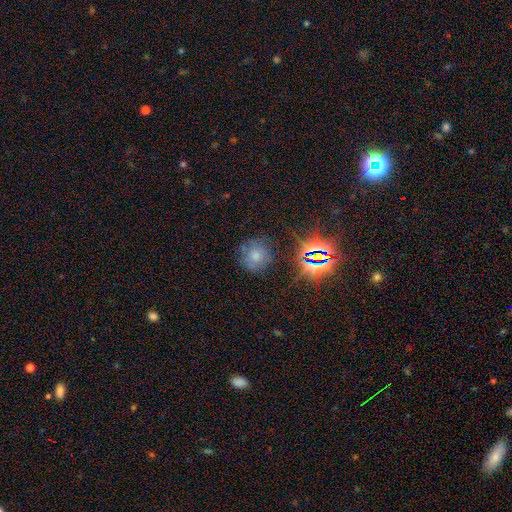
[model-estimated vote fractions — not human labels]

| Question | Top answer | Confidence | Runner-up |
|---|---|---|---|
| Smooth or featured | smooth | 63% | star or artifact (24%) |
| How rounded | round | 91% | in between (8%) |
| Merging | none | 75% | minor disturbance (15%) |